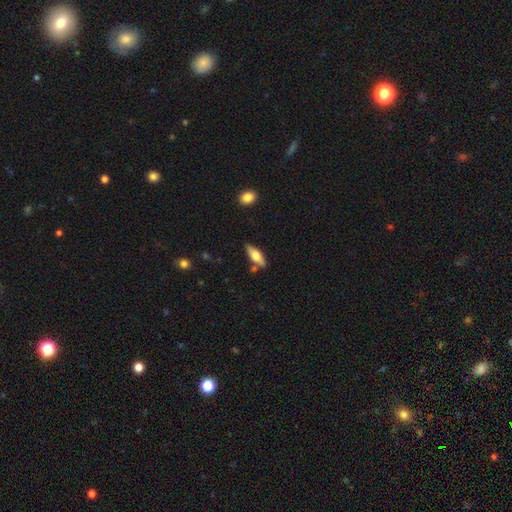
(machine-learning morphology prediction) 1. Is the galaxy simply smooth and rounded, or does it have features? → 56% smooth, 38% featured or disk, 6% star or artifact.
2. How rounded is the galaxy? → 60% in between, 37% cigar-shaped, 3% round.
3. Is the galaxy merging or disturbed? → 80% none, 12% minor disturbance, 5% merger, 3% major disturbance.